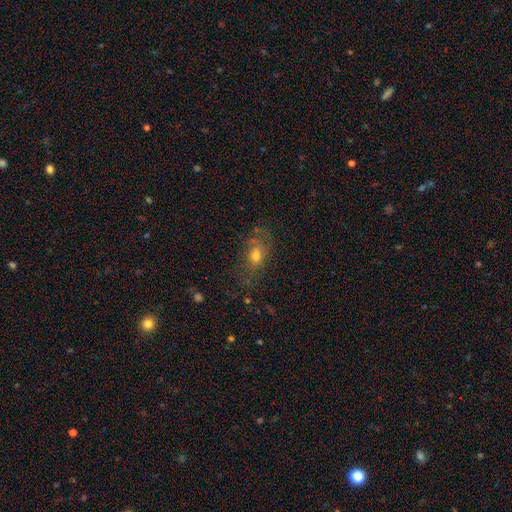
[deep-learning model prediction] Q: Smooth or featured?
A: smooth (58%); runner-up: featured or disk (27%)
Q: How rounded?
A: in between (72%); runner-up: round (20%)
Q: Merging?
A: none (59%); runner-up: minor disturbance (23%)